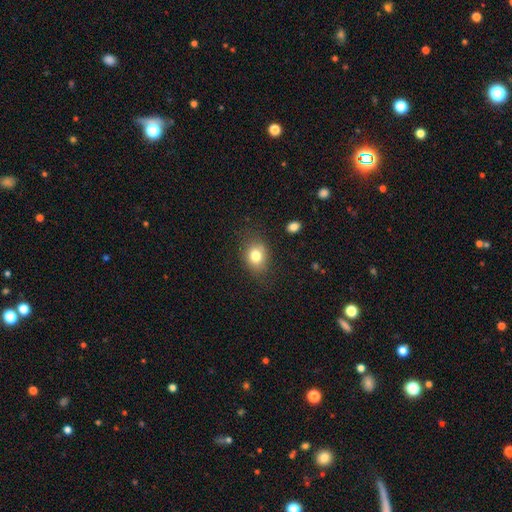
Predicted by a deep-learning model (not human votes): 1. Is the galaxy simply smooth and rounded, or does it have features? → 79% smooth, 11% star or artifact, 10% featured or disk.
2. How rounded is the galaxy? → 51% in between, 48% round, 1% cigar-shaped.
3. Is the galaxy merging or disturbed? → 77% none, 16% minor disturbance, 5% major disturbance, 2% merger.